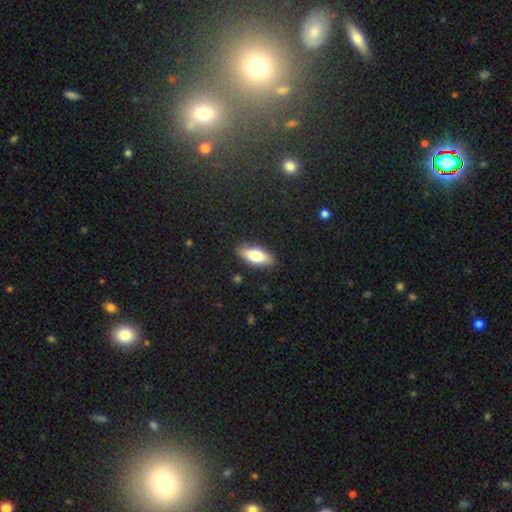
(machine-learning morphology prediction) A smooth galaxy with no disk features (72%) that is in between round and cigar-shaped (78%). Merging: none (86%).